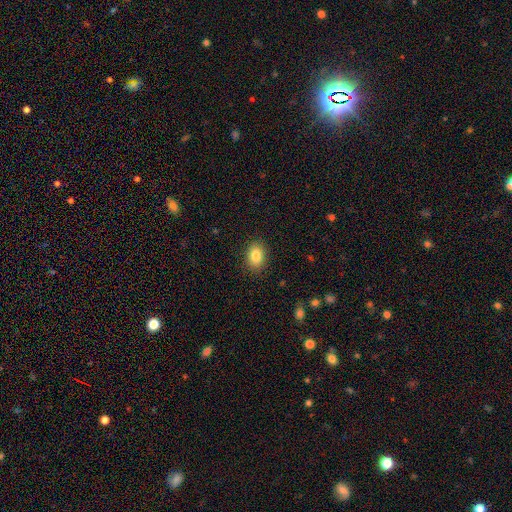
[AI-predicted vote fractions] smooth 85%, star or artifact 9%, featured or disk 6%. Down the decision tree: how rounded — in between (80%); merging — none (88%).